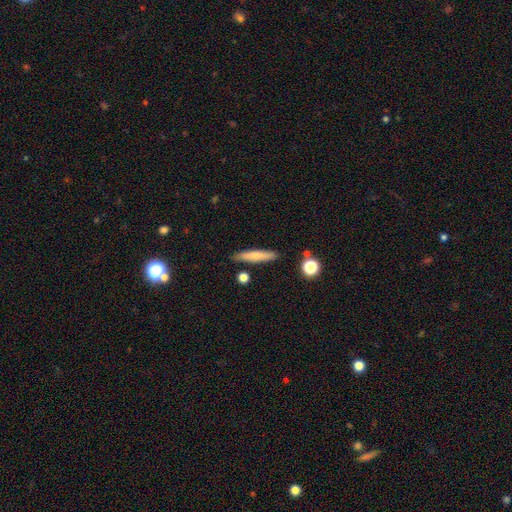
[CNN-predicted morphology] A smooth galaxy with no disk features (66%) that is cigar-shaped (88%).

Vote fractions:
- Smooth or featured? smooth: 66% / featured or disk: 28% / star or artifact: 7%
- How rounded? cigar-shaped: 88% / in between: 10% / round: 2%
- Merging? none: 86% / minor disturbance: 9% / merger: 3% / major disturbance: 2%